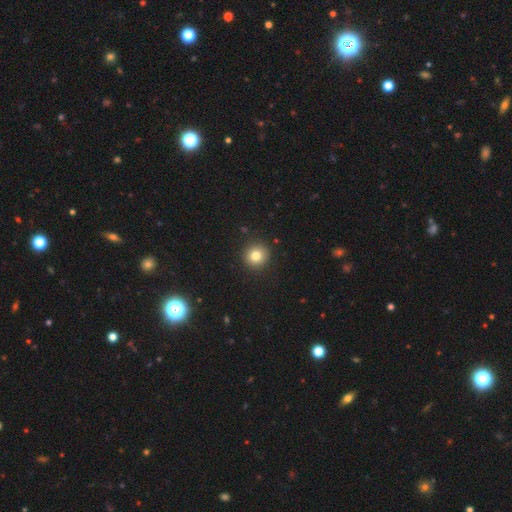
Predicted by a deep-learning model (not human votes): Smooth or featured: smooth — 80% (star or artifact — 12%)
How rounded: round — 94% (in between — 5%)
Merging: none — 92% (minor disturbance — 5%)